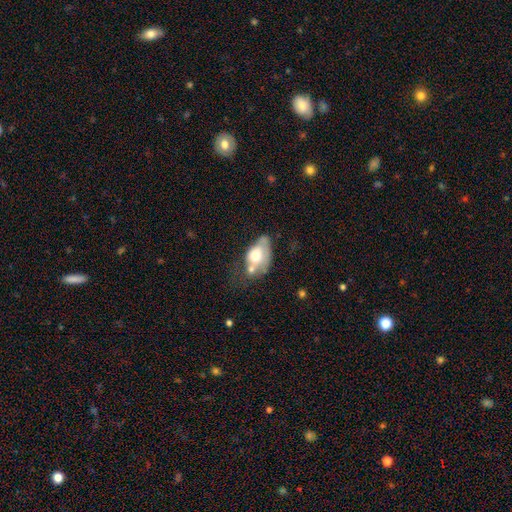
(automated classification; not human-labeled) Morphology: type=smooth (59%); roundness=in between (86%); merging=merger (32%).